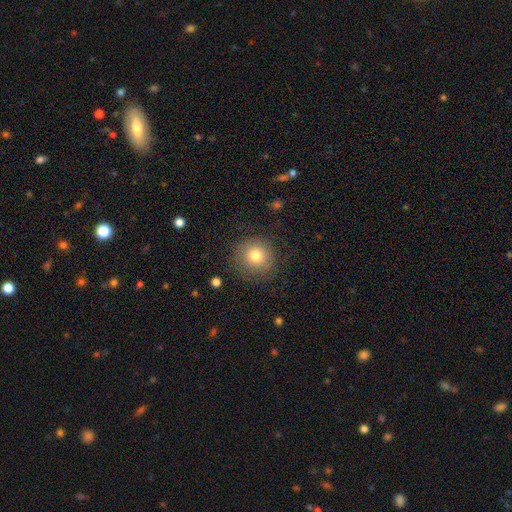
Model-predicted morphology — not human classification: Smooth or featured? smooth (78%)
How rounded? round (93%)
Merging? none (81%)